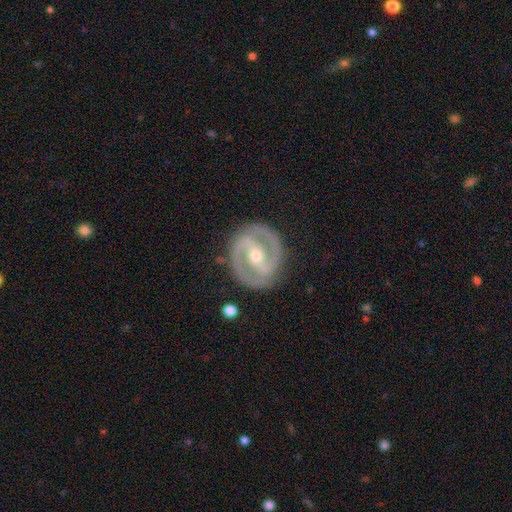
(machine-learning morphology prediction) Smooth or featured? Predicted: featured or disk (p=0.92). Edge-on disk? Predicted: no (p=0.98). Bar? Predicted: strong (p=0.52). Spiral arms? Predicted: yes (p=0.97). Spiral winding? Predicted: tight (p=0.47, tied with medium). Spiral arm count? Predicted: 2 (p=0.94). Bulge size? Predicted: moderate (p=0.50). Merging? Predicted: none (p=0.88).